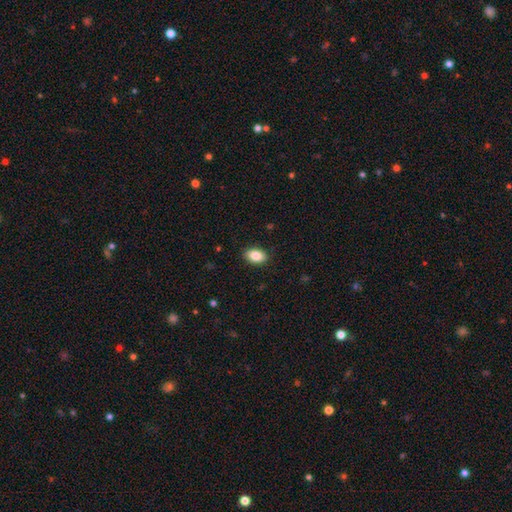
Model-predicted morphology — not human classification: smooth_or_featured: smooth (p=0.87) [alt: star or artifact p=0.08]
how_rounded: in between (p=0.89) [alt: round p=0.10]
merging: none (p=0.89) [alt: minor disturbance p=0.08]